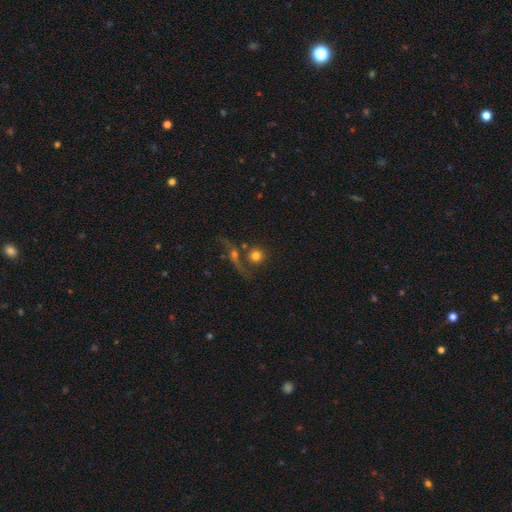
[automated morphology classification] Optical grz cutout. It shows a smooth galaxy with no disk features (70%) that is round (90%). Merging: none (49%).